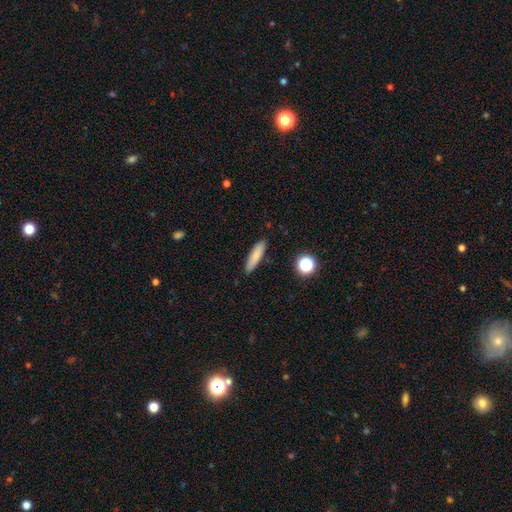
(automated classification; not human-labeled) Overall: smooth (81%). How rounded: cigar-shaped (76%). Merging: none (88%).